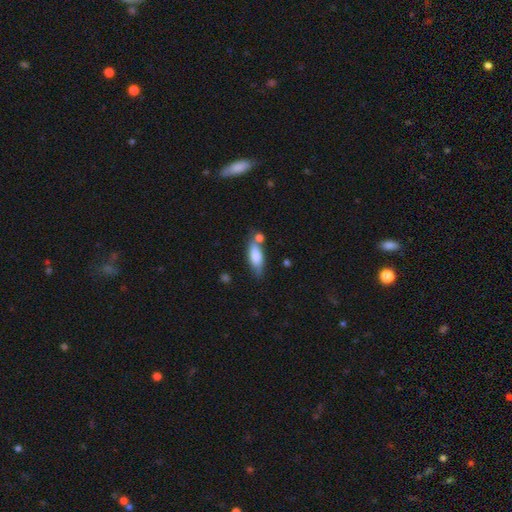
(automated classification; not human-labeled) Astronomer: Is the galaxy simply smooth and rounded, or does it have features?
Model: smooth — 78%.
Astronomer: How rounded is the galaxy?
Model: in between — 63%.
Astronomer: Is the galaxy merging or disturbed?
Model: none — 58%.